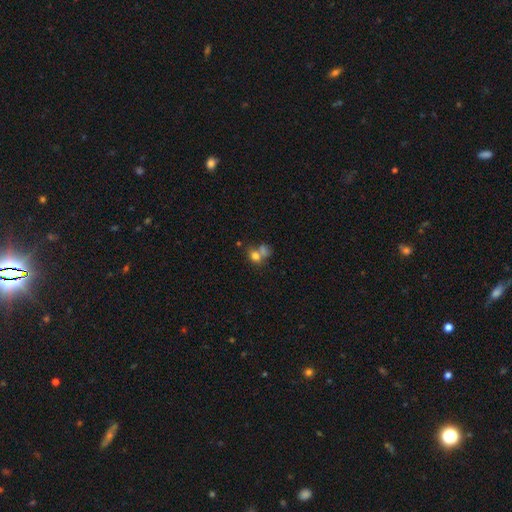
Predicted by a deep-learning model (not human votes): Morphology: type=smooth (72%); roundness=in between (55%); merging=merger (53%).